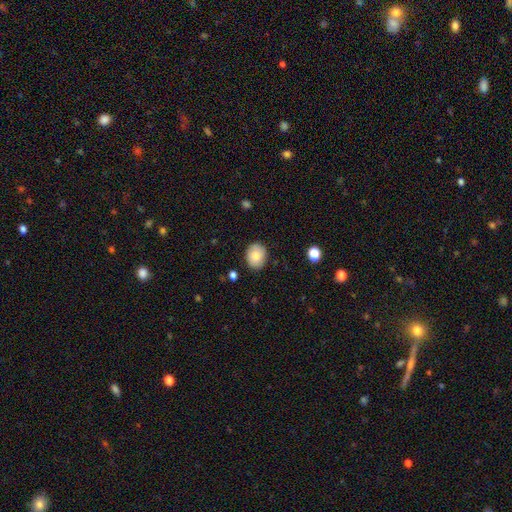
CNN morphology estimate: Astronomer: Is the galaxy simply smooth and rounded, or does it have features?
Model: smooth — 82%.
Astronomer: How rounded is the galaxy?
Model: round — 52% (runner-up: in between, 47%).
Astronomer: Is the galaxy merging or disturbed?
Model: none — 85%.